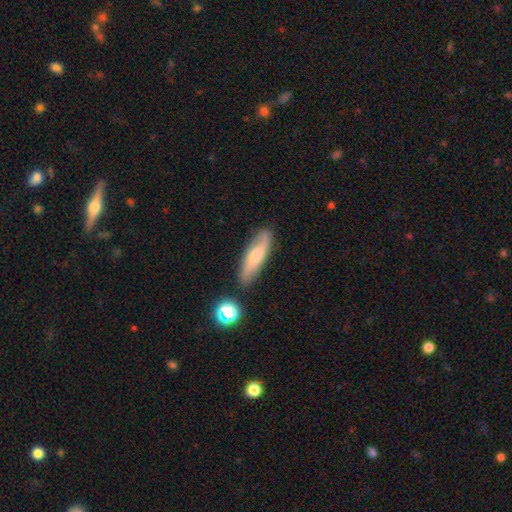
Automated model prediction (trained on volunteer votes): The model was most divided on "smooth or featured": smooth: 49%, featured or disk: 42%, star or artifact: 9%. More confident: merging — none (78%).